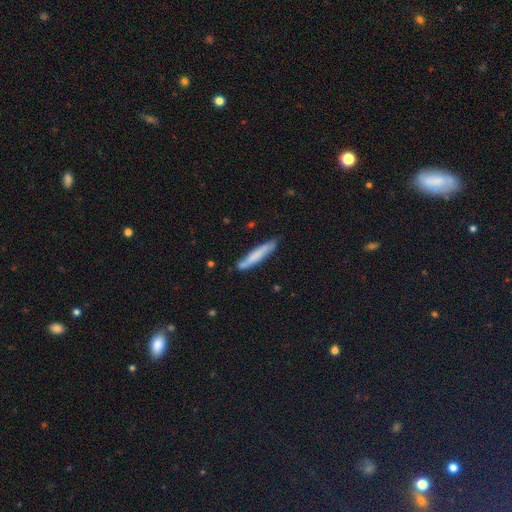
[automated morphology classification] type=smooth (65%); roundness=cigar-shaped (92%); merging=none (75%).